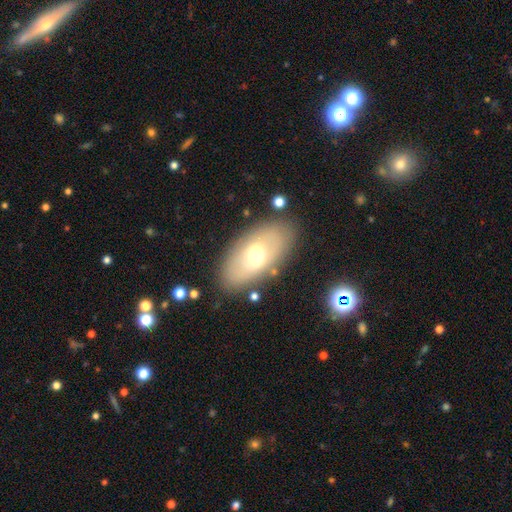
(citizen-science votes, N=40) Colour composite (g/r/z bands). It shows a smooth galaxy with no disk features (52%) that is in between round and cigar-shaped (95%). Merging: none (92%).